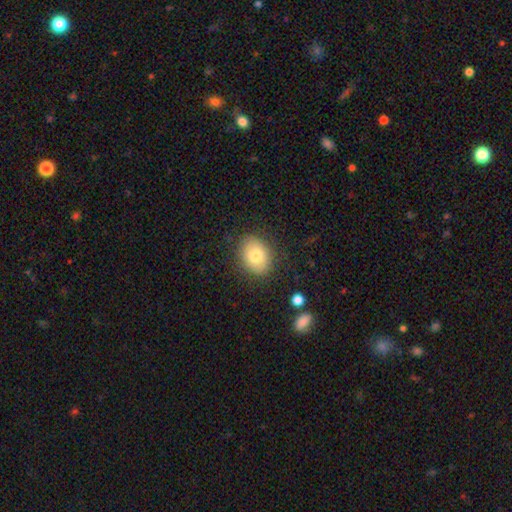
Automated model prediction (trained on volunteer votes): Smooth or featured?
  - smooth: 78% *
  - featured or disk: 13%
  - star or artifact: 9%
How rounded?
  - in between: 62% *
  - round: 37%
  - cigar-shaped: 1%
Merging?
  - none: 84% *
  - minor disturbance: 12%
  - major disturbance: 3%
  - merger: 1%